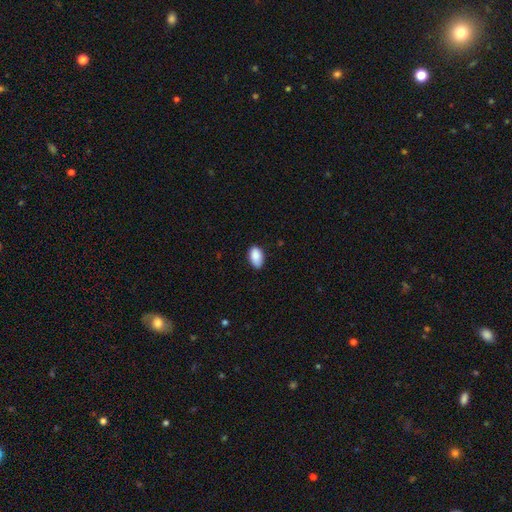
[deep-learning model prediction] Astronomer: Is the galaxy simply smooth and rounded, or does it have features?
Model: smooth — 89%.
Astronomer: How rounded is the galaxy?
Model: in between — 94%.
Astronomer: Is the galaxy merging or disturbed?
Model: none — 79%.